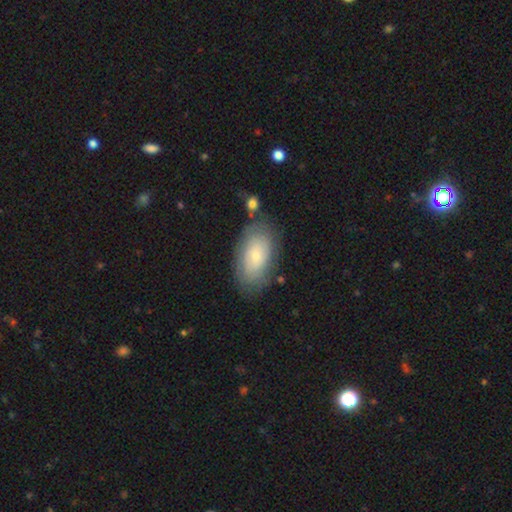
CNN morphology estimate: Q: Smooth or featured?
A: smooth (58%); runner-up: featured or disk (35%)
Q: How rounded?
A: in between (93%); runner-up: round (5%)
Q: Merging?
A: none (73%); runner-up: minor disturbance (18%)